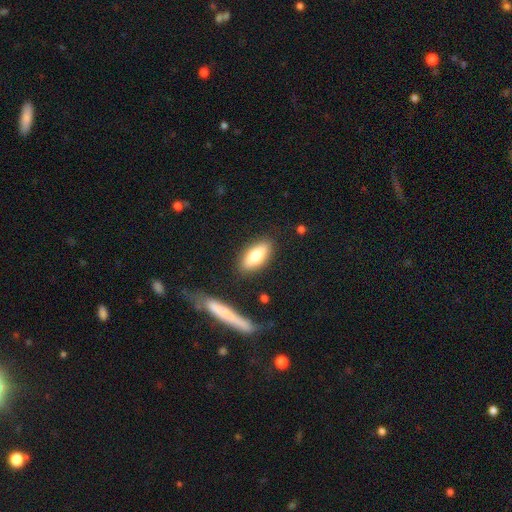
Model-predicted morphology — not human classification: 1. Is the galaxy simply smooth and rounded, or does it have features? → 72% smooth, 21% featured or disk, 7% star or artifact.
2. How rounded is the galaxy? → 78% in between, 19% cigar-shaped, 3% round.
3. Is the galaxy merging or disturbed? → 85% none, 10% minor disturbance, 3% merger, 3% major disturbance.